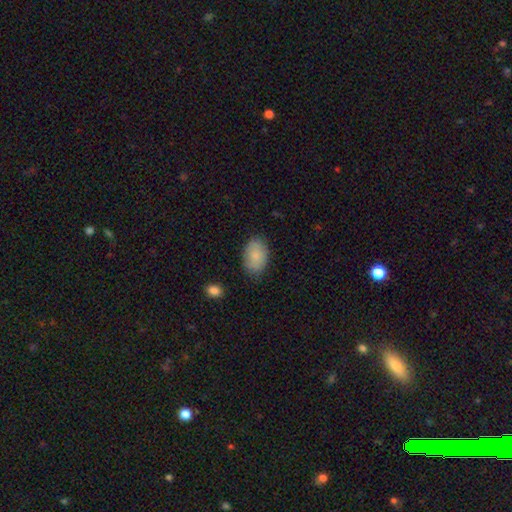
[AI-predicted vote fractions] Smooth or featured? smooth (86%)
How rounded? in between (89%)
Merging? none (82%)